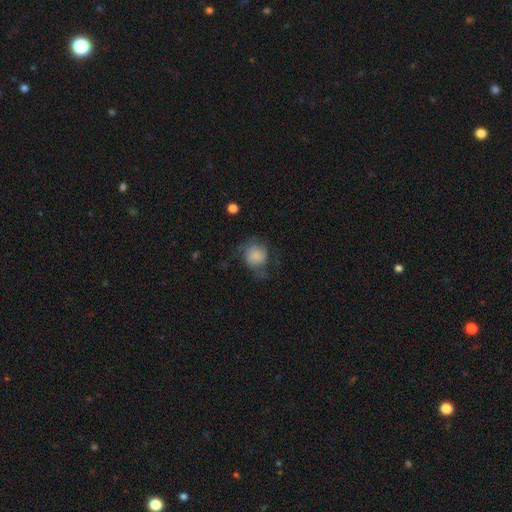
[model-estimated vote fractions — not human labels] Smooth or featured? Predicted: smooth (p=0.69). How rounded? Predicted: round (p=0.77). Merging? Predicted: none (p=0.48).